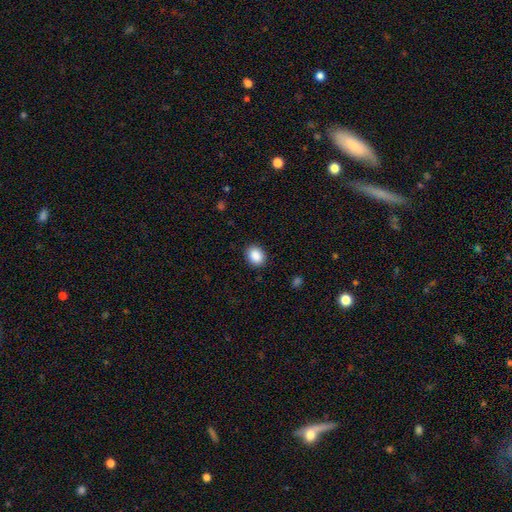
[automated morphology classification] Smooth or featured? Predicted: smooth (p=0.88). How rounded? Predicted: in between (p=0.52). Merging? Predicted: none (p=0.89).